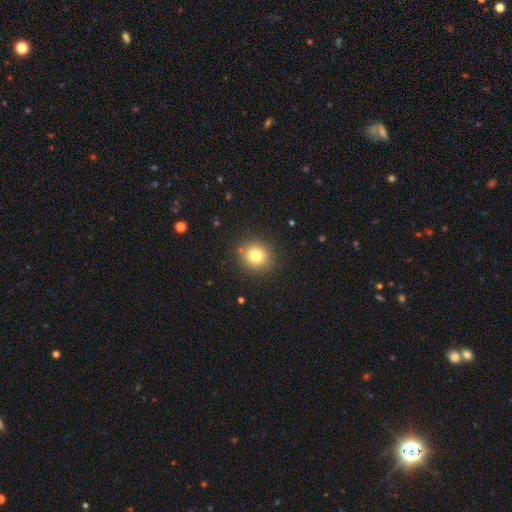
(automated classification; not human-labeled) Morphology: type=smooth (79%); roundness=round (88%); merging=none (88%).